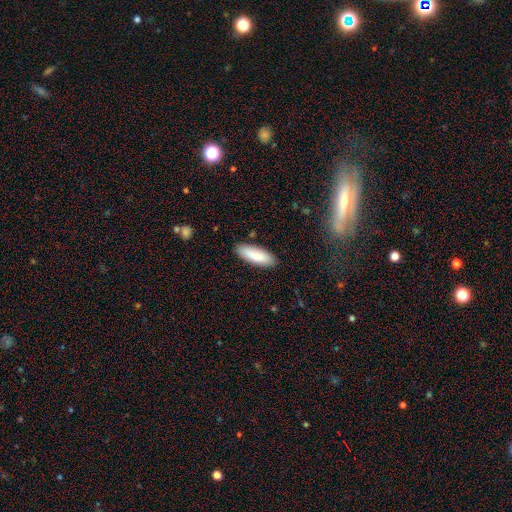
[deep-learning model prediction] smooth_or_featured: smooth (p=0.87) [alt: featured or disk p=0.07]
how_rounded: in between (p=0.65) [alt: cigar-shaped p=0.33]
merging: none (p=0.88) [alt: minor disturbance p=0.09]